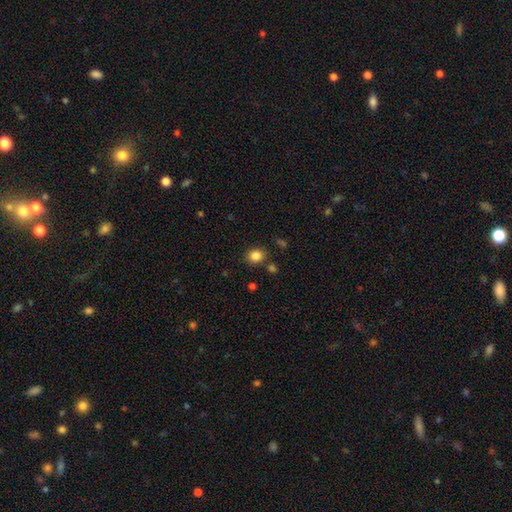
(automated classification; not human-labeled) Smooth or featured? smooth (84%)
How rounded? round (65%)
Merging? none (82%)